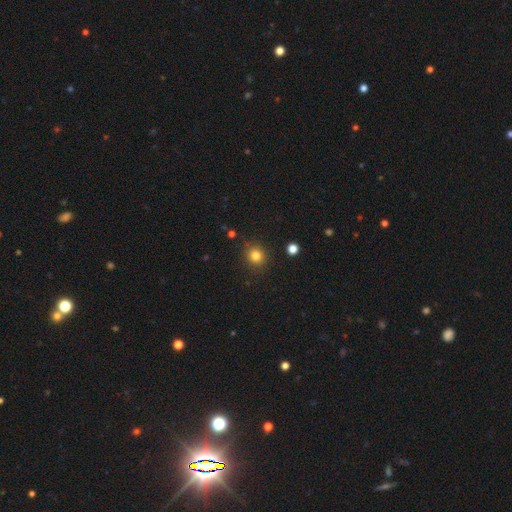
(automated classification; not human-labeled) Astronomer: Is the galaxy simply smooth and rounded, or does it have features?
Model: smooth — 83%.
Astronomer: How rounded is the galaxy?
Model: round — 89%.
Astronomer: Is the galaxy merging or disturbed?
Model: none — 88%.